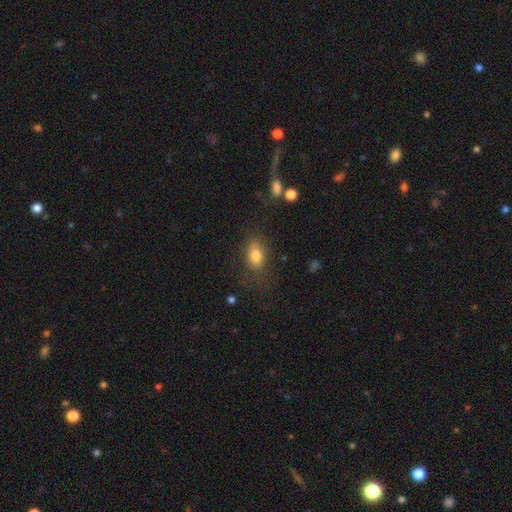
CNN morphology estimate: Smooth or featured?
  - smooth: 80% *
  - featured or disk: 11%
  - star or artifact: 10%
How rounded?
  - in between: 84% *
  - round: 12%
  - cigar-shaped: 5%
Merging?
  - none: 71% *
  - minor disturbance: 18%
  - major disturbance: 9%
  - merger: 2%